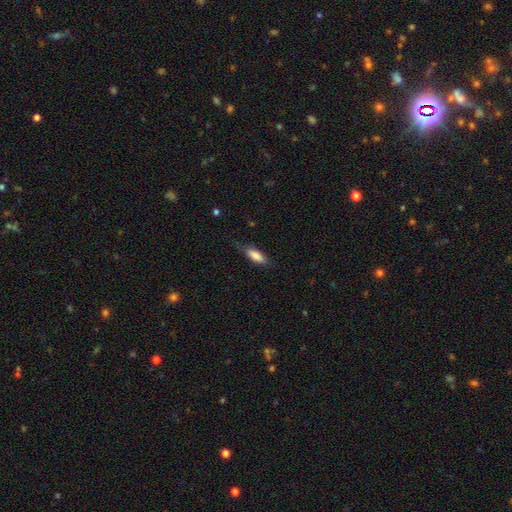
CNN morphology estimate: smooth-or-featured: smooth: 81% | featured or disk: 12% | star or artifact: 6%
  how-rounded: in between: 65% | cigar-shaped: 33% | round: 2%
  merging: none: 64% | minor disturbance: 27% | major disturbance: 8% | merger: 1%